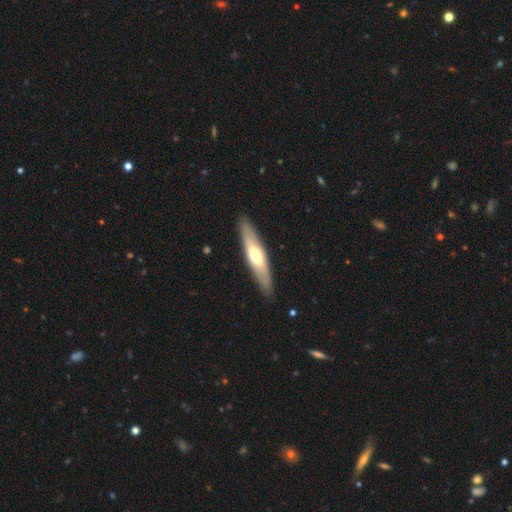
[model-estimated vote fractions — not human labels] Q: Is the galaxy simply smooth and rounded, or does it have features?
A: smooth — 51%.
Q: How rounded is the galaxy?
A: cigar-shaped — 77%.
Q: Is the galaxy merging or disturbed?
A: none — 89%.